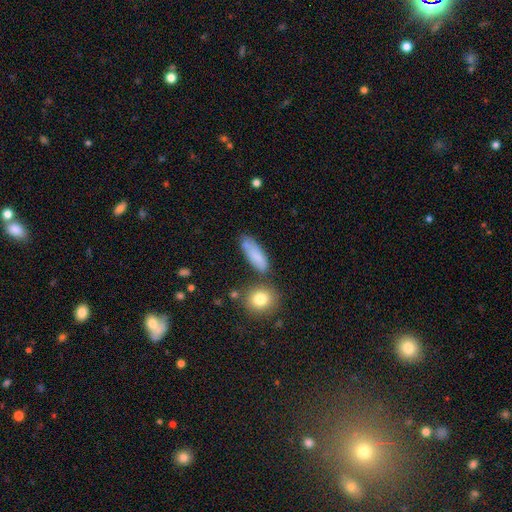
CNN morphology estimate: smooth_or_featured: smooth (p=0.79) [alt: featured or disk p=0.12]
how_rounded: in between (p=0.62) [alt: cigar-shaped p=0.34]
merging: none (p=0.62) [alt: minor disturbance p=0.21]